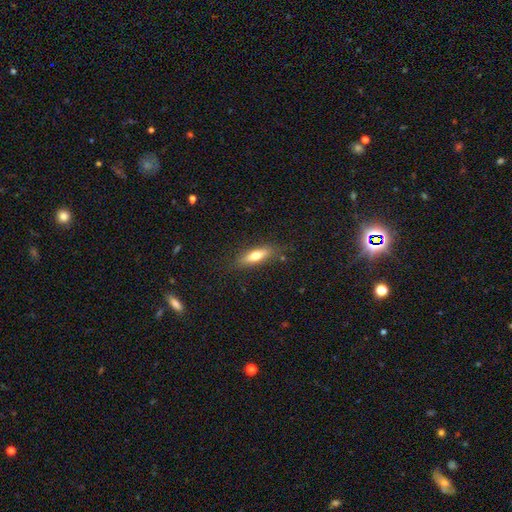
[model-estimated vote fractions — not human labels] Overall: smooth (64%; featured or disk 29%). How rounded: cigar-shaped (56%; in between 42%). Merging: none (83%).